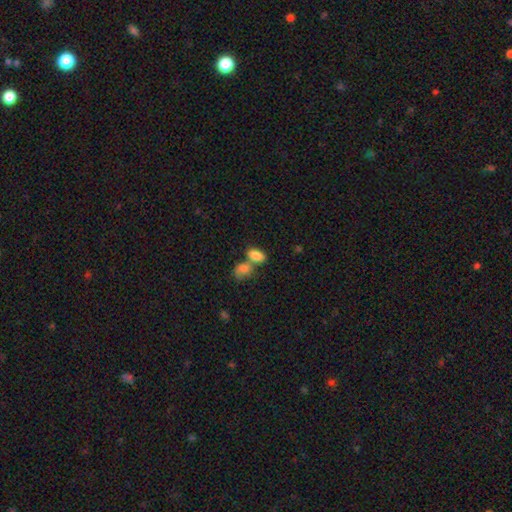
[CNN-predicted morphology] This appears to be a smooth galaxy with no disk features (85%) that is in between round and cigar-shaped (90%). Merging: merger (49%).